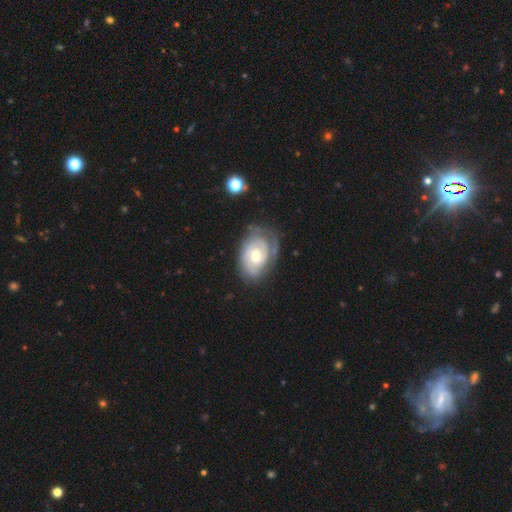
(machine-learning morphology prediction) This is likely a featured or disk galaxy (77%). It is clearly not viewed edge-on (96%). Bar: possibly no (58%). Spiral arm pattern: clearly yes (89%). Spiral arm count: marginally 2 (42%). Spiral winding: likely tight (66%). Central bulge: likely moderate (70%). Merging: likely none (62%).